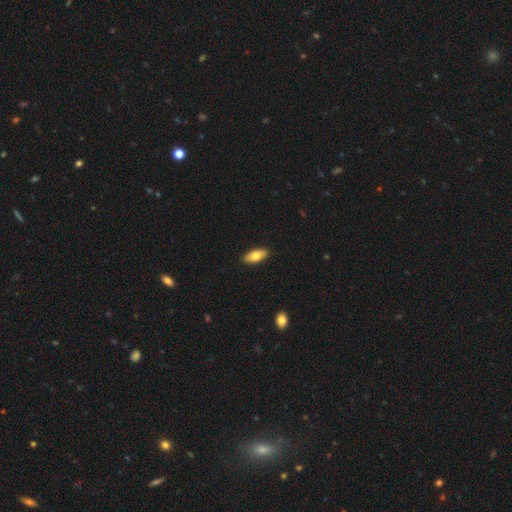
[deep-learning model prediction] Smooth or featured?
  - smooth: 76% *
  - featured or disk: 18%
  - star or artifact: 6%
How rounded?
  - in between: 84% *
  - cigar-shaped: 13%
  - round: 3%
Merging?
  - none: 91% *
  - minor disturbance: 7%
  - major disturbance: 1%
  - merger: 1%